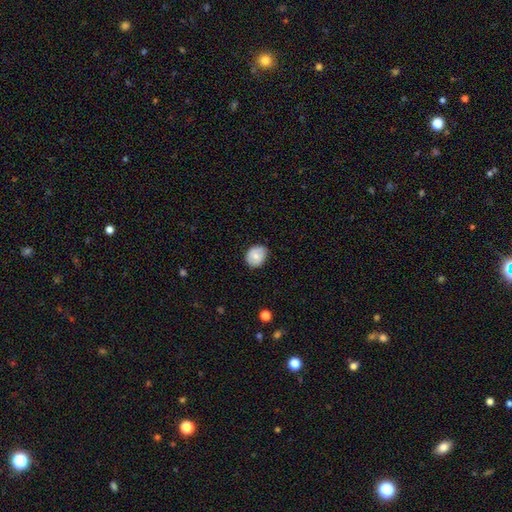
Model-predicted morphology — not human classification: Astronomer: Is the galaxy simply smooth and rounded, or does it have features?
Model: smooth — 73%.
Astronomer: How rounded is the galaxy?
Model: round — 53% (runner-up: in between, 46%).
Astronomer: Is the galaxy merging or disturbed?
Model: none — 79%.